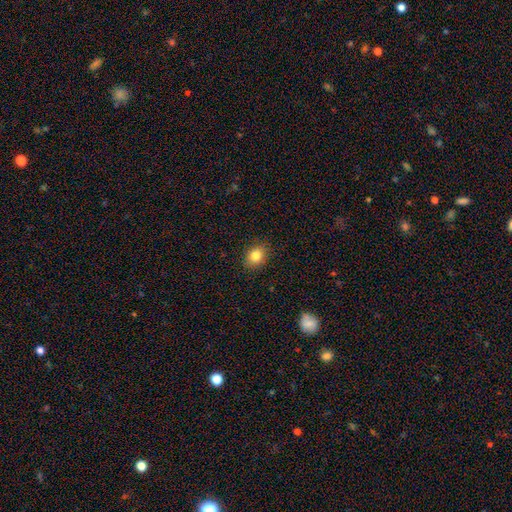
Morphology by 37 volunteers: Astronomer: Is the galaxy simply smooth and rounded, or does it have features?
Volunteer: smooth — 89%.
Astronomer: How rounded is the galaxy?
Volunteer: round — 58% (runner-up: in between, 42%).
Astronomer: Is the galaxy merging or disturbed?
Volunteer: none — 94%.